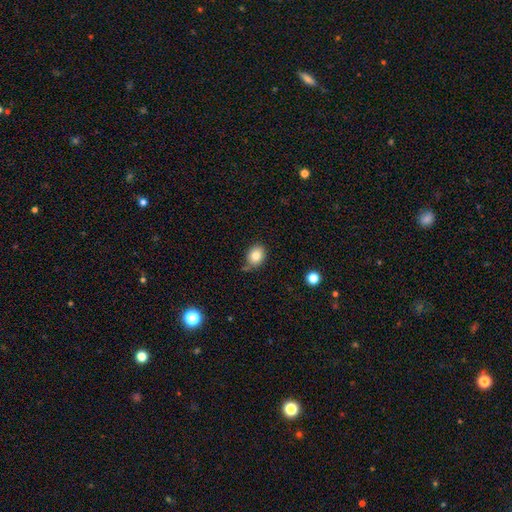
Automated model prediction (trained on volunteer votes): The model was most divided on "how rounded": round: 51%, in between: 48%, cigar-shaped: 1%. More confident: smooth or featured — smooth (82%); merging — none (66%).